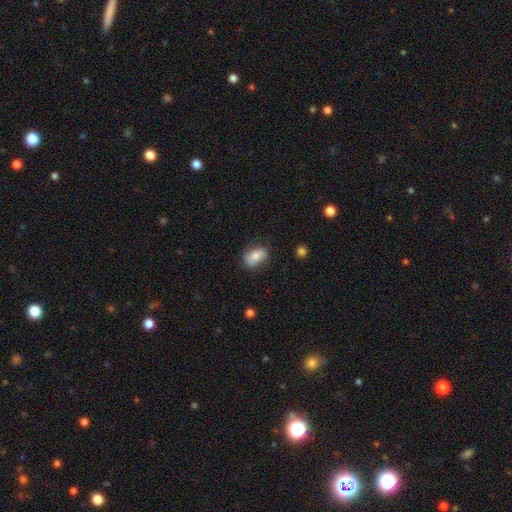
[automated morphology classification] A smooth galaxy with no disk features (75%) that is in between round and cigar-shaped (84%).

Vote fractions:
- Smooth or featured? smooth: 75% / featured or disk: 18% / star or artifact: 8%
- How rounded? in between: 84% / round: 14% / cigar-shaped: 2%
- Merging? none: 78% / minor disturbance: 17% / major disturbance: 4% / merger: 1%